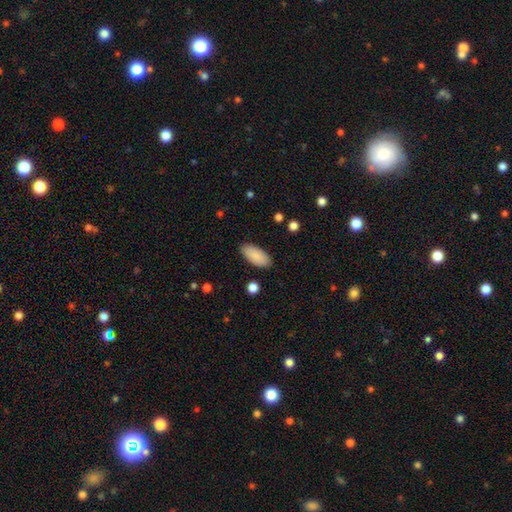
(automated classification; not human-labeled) smooth_or_featured: smooth (p=0.87) [alt: featured or disk p=0.07]
how_rounded: in between (p=0.90) [alt: cigar-shaped p=0.08]
merging: none (p=0.88) [alt: minor disturbance p=0.09]